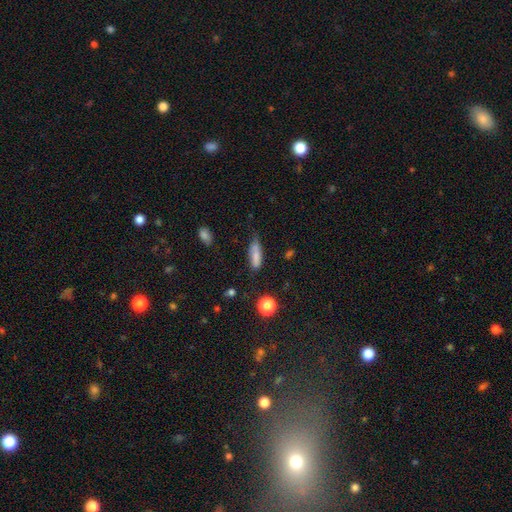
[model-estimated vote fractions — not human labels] smooth_or_featured: smooth (p=0.74) [alt: featured or disk p=0.16]
how_rounded: in between (p=0.54) [alt: cigar-shaped p=0.43]
merging: none (p=0.46) [alt: minor disturbance p=0.35]